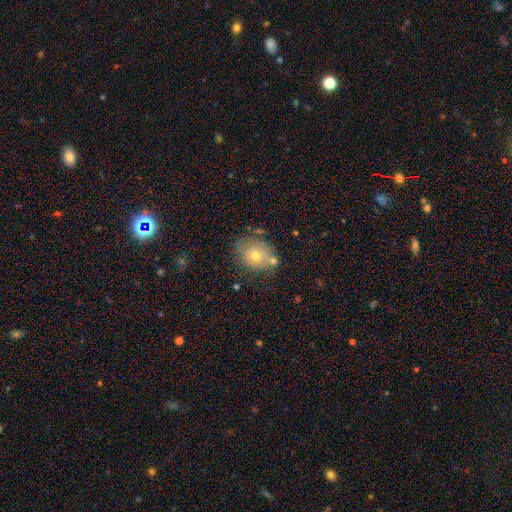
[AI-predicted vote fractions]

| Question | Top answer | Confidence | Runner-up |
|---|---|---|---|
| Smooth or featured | smooth | 54% | featured or disk (36%) |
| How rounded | round | 56% | in between (43%) |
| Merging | none | 53% | minor disturbance (25%) |